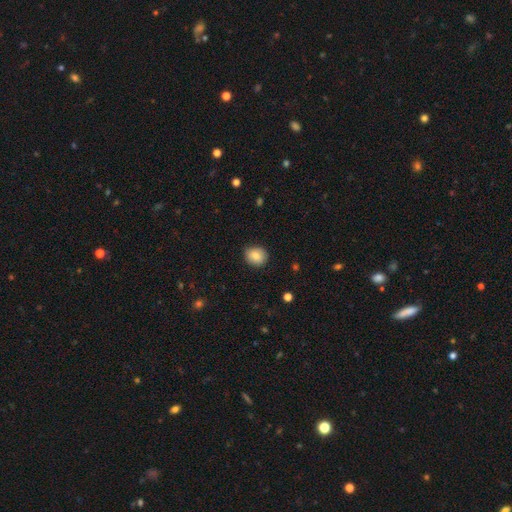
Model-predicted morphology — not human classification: The model was most divided on "how rounded": round: 74%, in between: 25%, cigar-shaped: 1%. More confident: merging — none (87%); smooth or featured — smooth (86%).